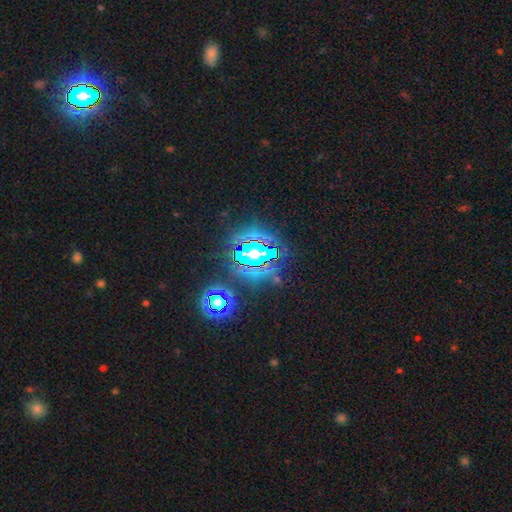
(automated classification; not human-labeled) A star or artifact, not a galaxy (70%).